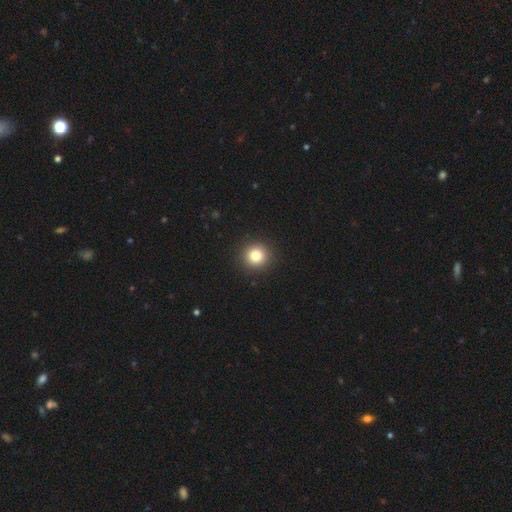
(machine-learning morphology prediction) smooth-or-featured: smooth: 82% | star or artifact: 11% | featured or disk: 7%
  how-rounded: round: 94% | in between: 5% | cigar-shaped: 1%
  merging: none: 93% | minor disturbance: 5% | major disturbance: 2% | merger: 1%